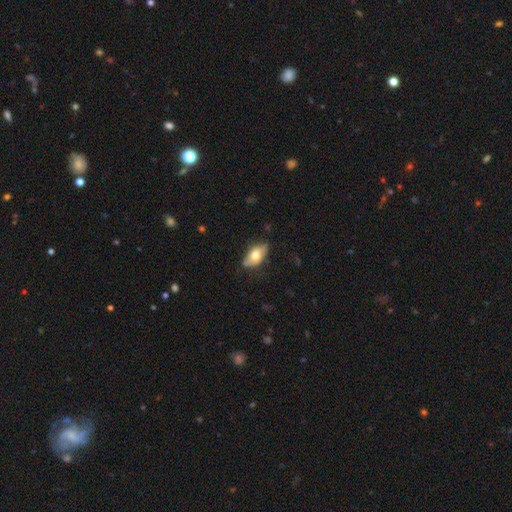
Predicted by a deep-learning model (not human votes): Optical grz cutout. It shows a smooth galaxy with no disk features (61%) that is in between round and cigar-shaped (88%). Merging: none (73%).